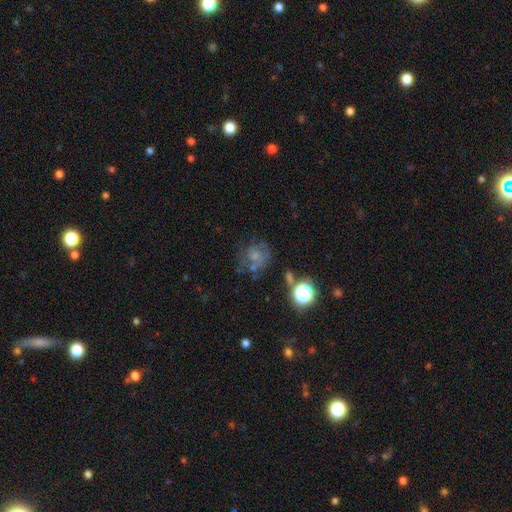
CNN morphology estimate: Smooth or featured?
  - featured or disk: 38% *
  - smooth: 32%
  - star or artifact: 30%
Merging?
  - none: 59% *
  - minor disturbance: 19%
  - major disturbance: 15%
  - merger: 8%